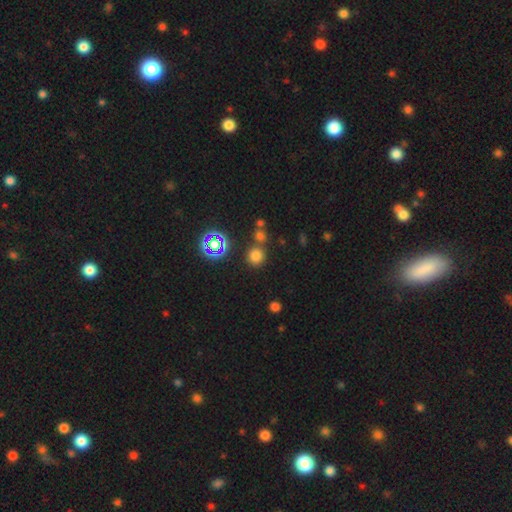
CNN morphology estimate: Smooth or featured? Predicted: smooth (p=0.70). How rounded? Predicted: round (p=0.90). Merging? Predicted: none (p=0.75).